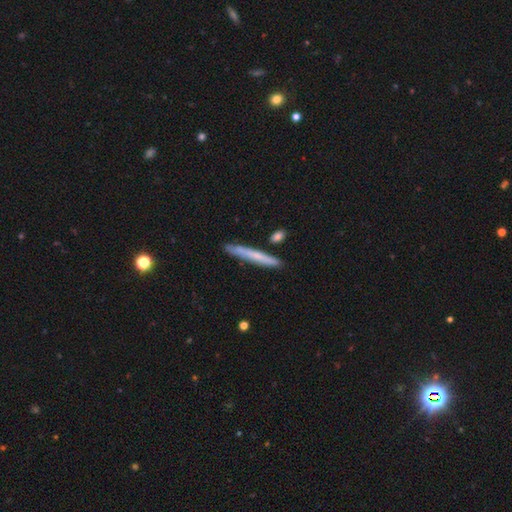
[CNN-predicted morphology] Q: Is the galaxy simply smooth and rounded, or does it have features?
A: smooth — 55%.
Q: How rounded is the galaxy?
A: cigar-shaped — 96%.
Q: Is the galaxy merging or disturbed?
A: none — 82%.